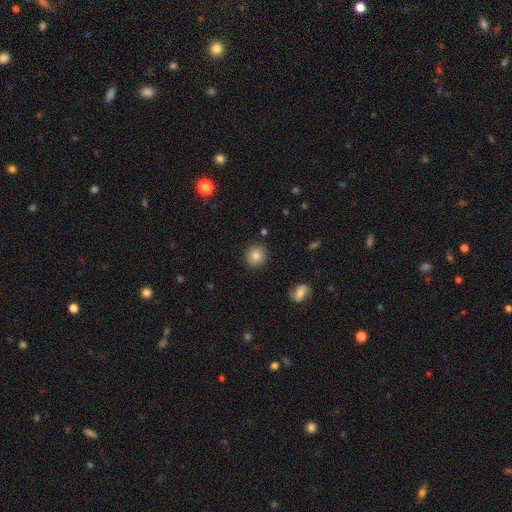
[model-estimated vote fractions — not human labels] Morphology: type=smooth (83%); roundness=round (89%); merging=none (89%).